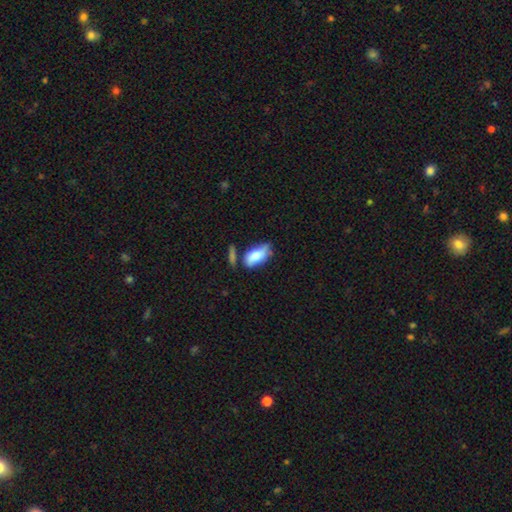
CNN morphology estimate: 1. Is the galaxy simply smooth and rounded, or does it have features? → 70% smooth, 22% featured or disk, 7% star or artifact.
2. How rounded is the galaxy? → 88% in between, 8% cigar-shaped, 3% round.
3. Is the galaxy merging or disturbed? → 49% none, 28% minor disturbance, 13% merger, 10% major disturbance.